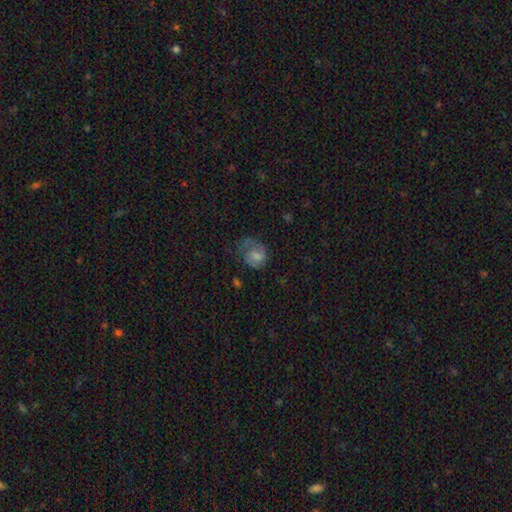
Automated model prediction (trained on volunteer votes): Morphology: type=smooth (62%); roundness=round (60%); merging=none (38%).